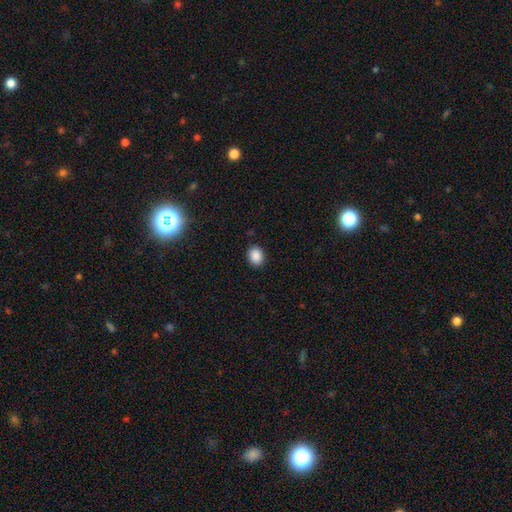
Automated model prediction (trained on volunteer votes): Q: Smooth or featured?
A: smooth (88%); runner-up: star or artifact (9%)
Q: How rounded?
A: round (51%); runner-up: in between (48%)
Q: Merging?
A: none (90%); runner-up: minor disturbance (7%)